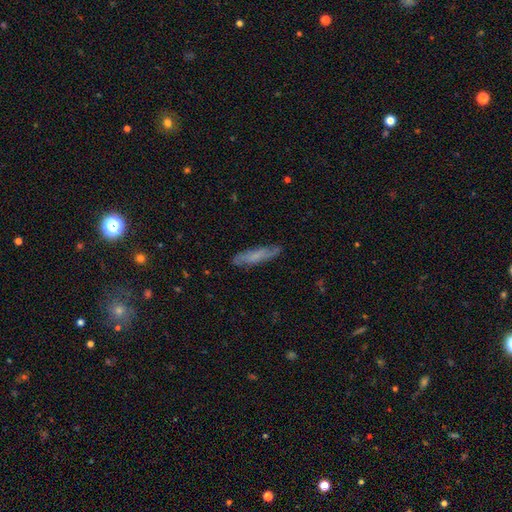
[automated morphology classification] Overall: smooth (56%; featured or disk 37%). How rounded: cigar-shaped (83%). Merging: none (79%).